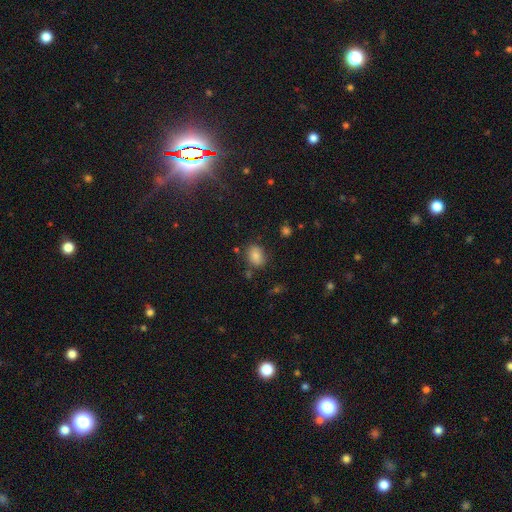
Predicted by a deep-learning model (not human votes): A smooth galaxy with no disk features (83%) that is in between round and cigar-shaped (68%).

Vote fractions:
- Smooth or featured? smooth: 83% / star or artifact: 11% / featured or disk: 6%
- How rounded? in between: 68% / round: 31% / cigar-shaped: 1%
- Merging? none: 78% / minor disturbance: 14% / merger: 4% / major disturbance: 4%